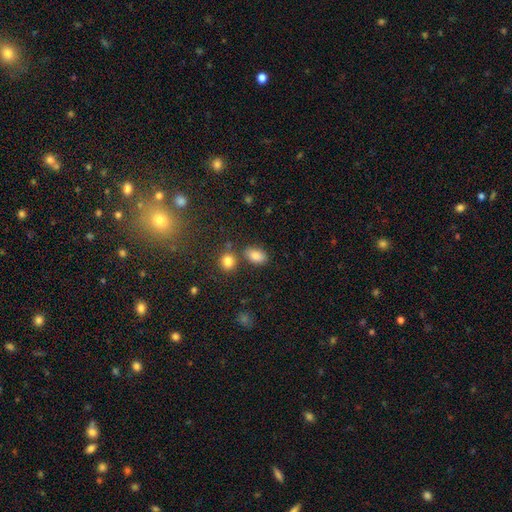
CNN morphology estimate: This is clearly a smooth galaxy (84%). How rounded: clearly in between (86%). Merging: likely none (73%).